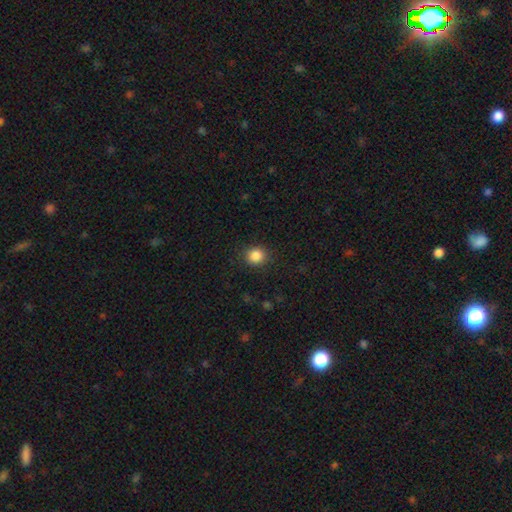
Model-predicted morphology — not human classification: type=smooth (86%); roundness=round (84%); merging=none (88%).